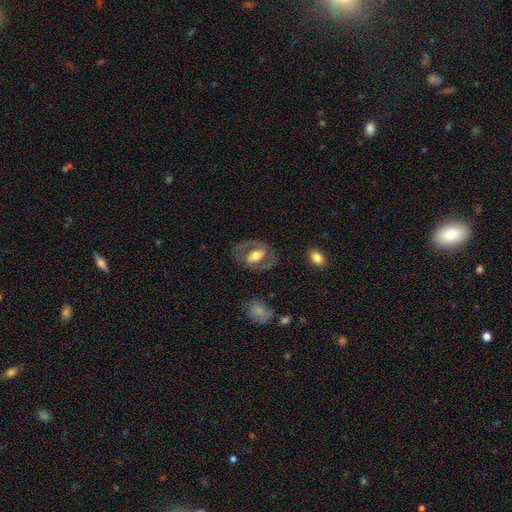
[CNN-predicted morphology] A featured or disk galaxy (67%) with a strong bar (35%), spiral arms (65%) and a moderate central bulge (60%). Merging: none (73%).